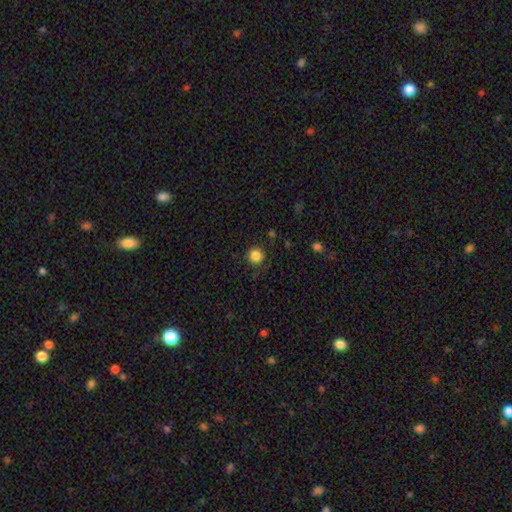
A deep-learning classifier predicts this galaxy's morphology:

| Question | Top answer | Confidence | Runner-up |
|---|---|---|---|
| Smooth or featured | smooth | 85% | star or artifact (11%) |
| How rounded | round | 95% | in between (4%) |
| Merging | none | 89% | minor disturbance (7%) |